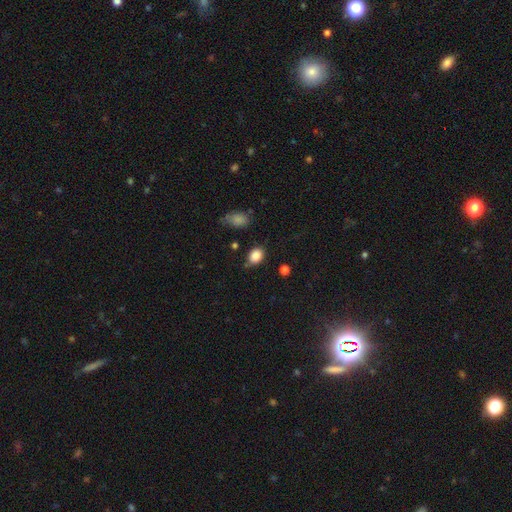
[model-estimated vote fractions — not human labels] A smooth galaxy with no disk features (86%) that is in between round and cigar-shaped (65%).

Vote fractions:
- Smooth or featured? smooth: 86% / star or artifact: 9% / featured or disk: 4%
- How rounded? in between: 65% / round: 34% / cigar-shaped: 1%
- Merging? none: 75% / minor disturbance: 18% / major disturbance: 4% / merger: 3%